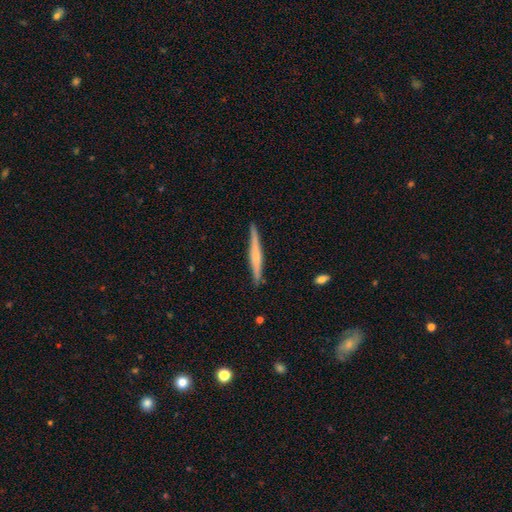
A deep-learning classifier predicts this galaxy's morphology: A featured or disk galaxy (54%) viewed edge-on (97%) with no central bulge (41%). Merging: none (89%).